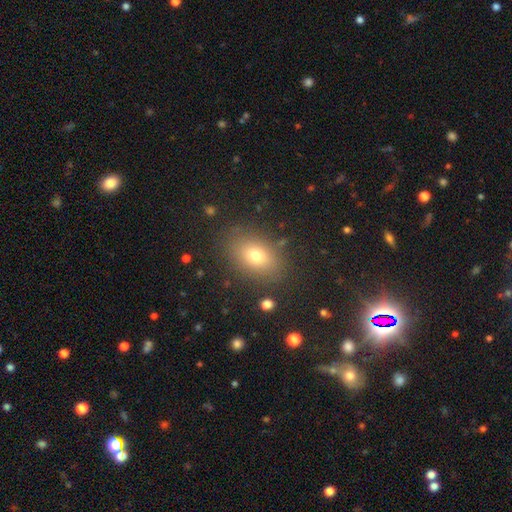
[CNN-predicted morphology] A smooth galaxy with no disk features (73%) that is in between round and cigar-shaped (76%).

Vote fractions:
- Smooth or featured? smooth: 73% / star or artifact: 14% / featured or disk: 13%
- How rounded? in between: 76% / round: 22% / cigar-shaped: 2%
- Merging? none: 85% / minor disturbance: 10% / major disturbance: 4% / merger: 2%